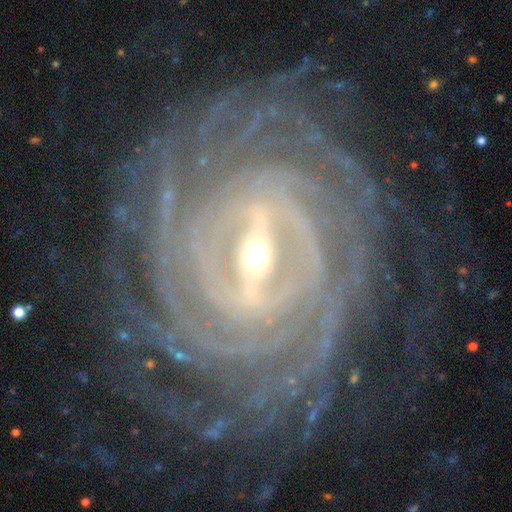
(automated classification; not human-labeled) This appears to be a featured or disk galaxy (92%) with a strong bar (68%), more than 4 (33%) tight (89%) spiral arms (98%) and a small central bulge (58%). Merging: none (82%).